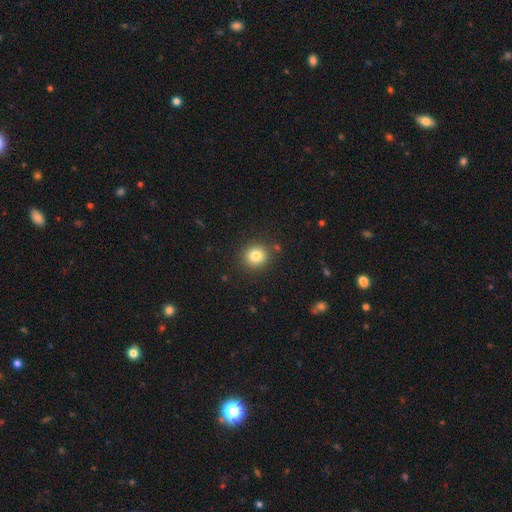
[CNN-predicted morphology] A smooth galaxy with no disk features (82%) that is round (86%). Merging: none (87%).